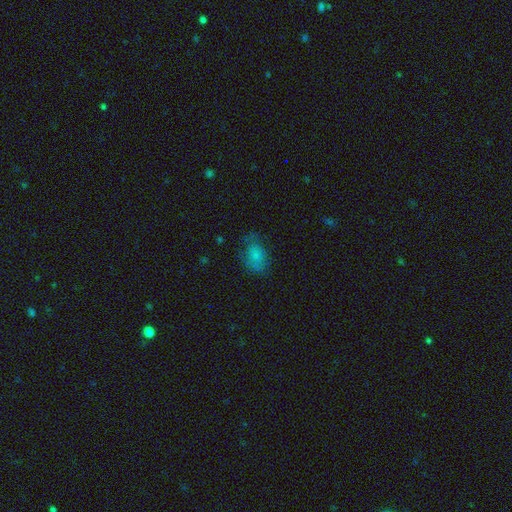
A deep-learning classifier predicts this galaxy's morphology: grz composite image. It shows a smooth galaxy with no disk features (73%) that is in between round and cigar-shaped (81%). Merging: none (55%).